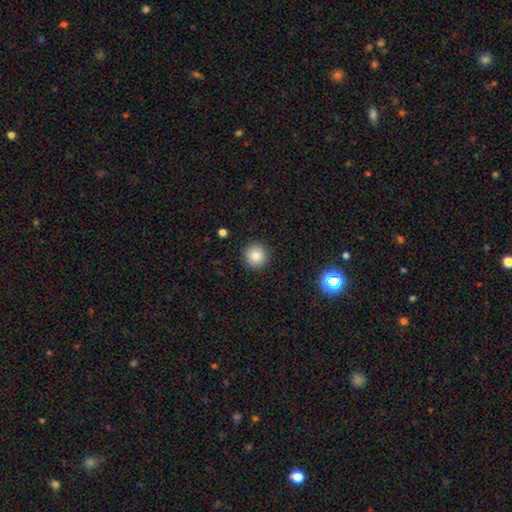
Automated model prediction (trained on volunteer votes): smooth_or_featured: smooth (p=0.84) [alt: star or artifact p=0.10]
how_rounded: round (p=0.96) [alt: in between p=0.03]
merging: none (p=0.92) [alt: minor disturbance p=0.05]